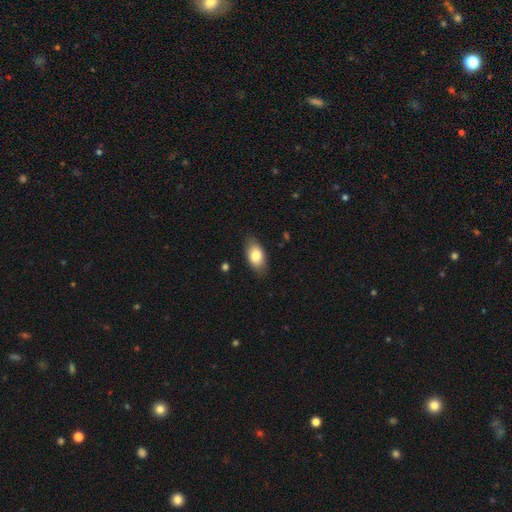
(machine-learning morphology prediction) A smooth galaxy with no disk features (81%) that is in between round and cigar-shaped (92%). Merging: none (84%).